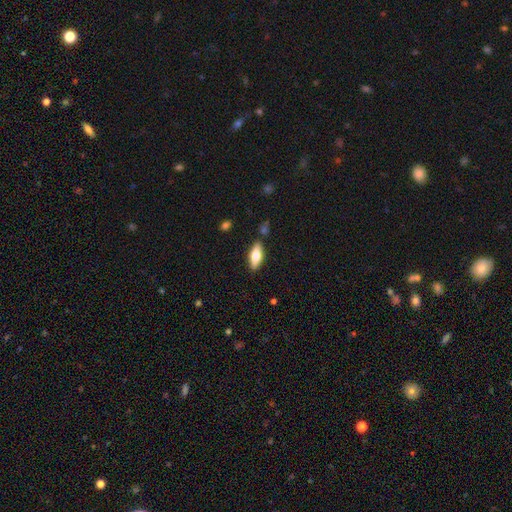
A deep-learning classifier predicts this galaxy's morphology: smooth-or-featured: smooth: 61% | featured or disk: 33% | star or artifact: 6%
  how-rounded: in between: 68% | cigar-shaped: 29% | round: 3%
  merging: none: 85% | minor disturbance: 10% | merger: 3% | major disturbance: 2%